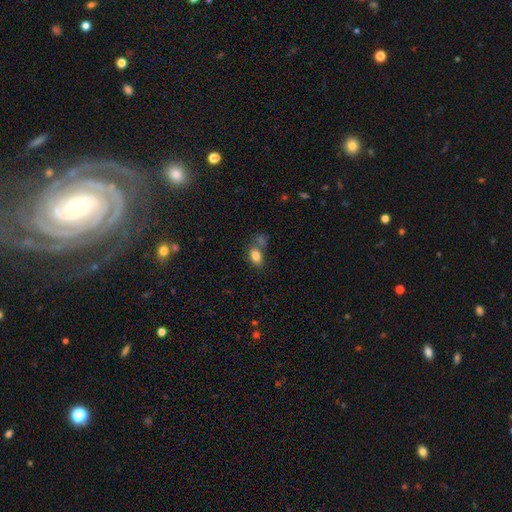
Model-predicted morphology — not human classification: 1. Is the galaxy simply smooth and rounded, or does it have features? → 82% smooth, 10% star or artifact, 8% featured or disk.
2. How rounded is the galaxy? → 86% in between, 12% round, 2% cigar-shaped.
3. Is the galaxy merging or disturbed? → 51% none, 29% merger, 14% minor disturbance, 6% major disturbance.